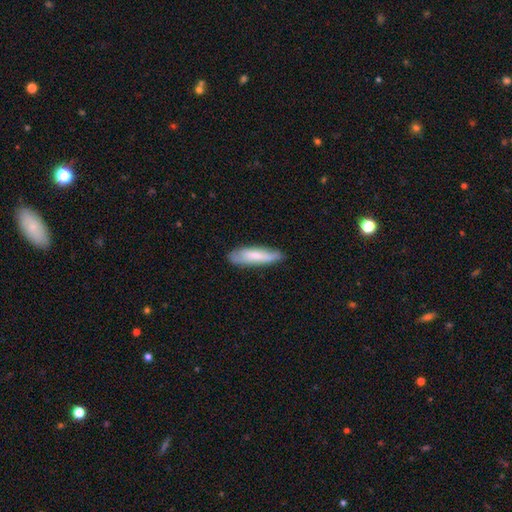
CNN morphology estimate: Smooth or featured: smooth — 70% (featured or disk — 24%)
How rounded: cigar-shaped — 63% (in between — 36%)
Merging: none — 77% (minor disturbance — 18%)